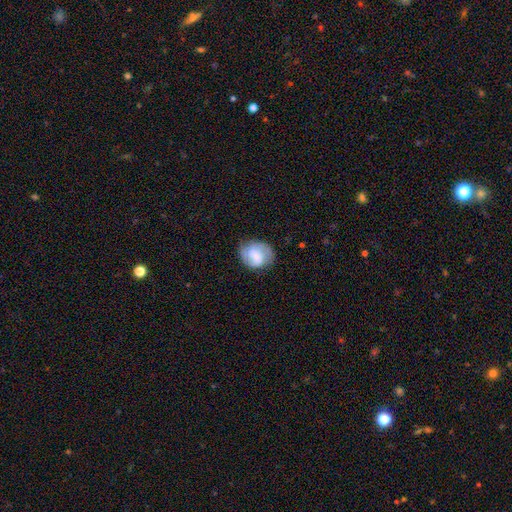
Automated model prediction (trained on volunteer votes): Q: Smooth or featured?
A: featured or disk (48%); runner-up: smooth (44%)
Q: Merging?
A: none (67%); runner-up: minor disturbance (23%)